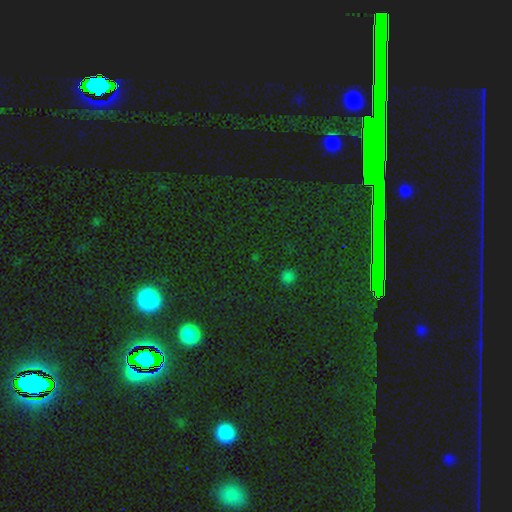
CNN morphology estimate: This is likely a star or artifact rather than a galaxy (80%).